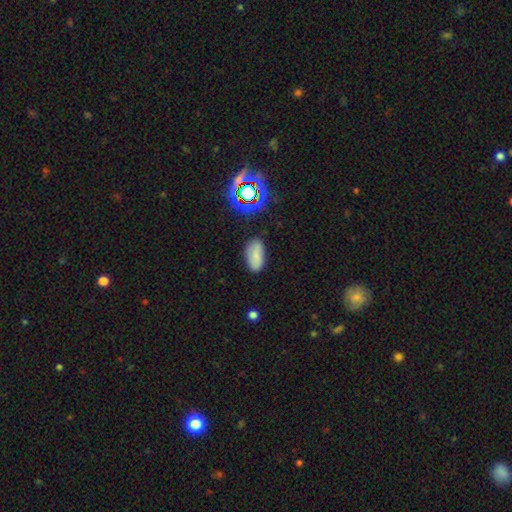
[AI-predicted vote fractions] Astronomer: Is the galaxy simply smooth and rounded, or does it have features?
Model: smooth — 74%.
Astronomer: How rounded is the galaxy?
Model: in between — 93%.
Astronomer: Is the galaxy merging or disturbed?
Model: none — 79%.